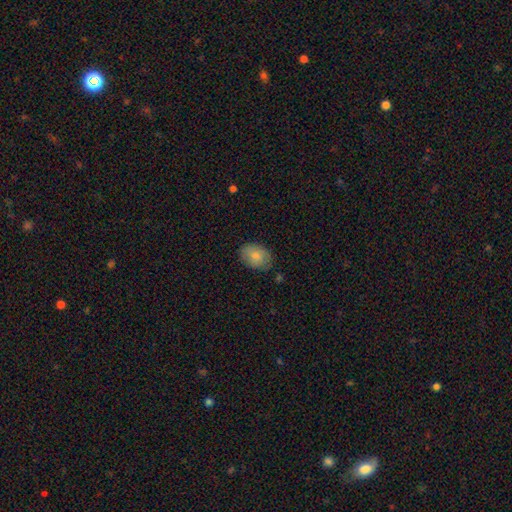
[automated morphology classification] Q: Smooth or featured?
A: smooth (78%); runner-up: featured or disk (15%)
Q: How rounded?
A: in between (77%); runner-up: round (22%)
Q: Merging?
A: none (77%); runner-up: minor disturbance (17%)